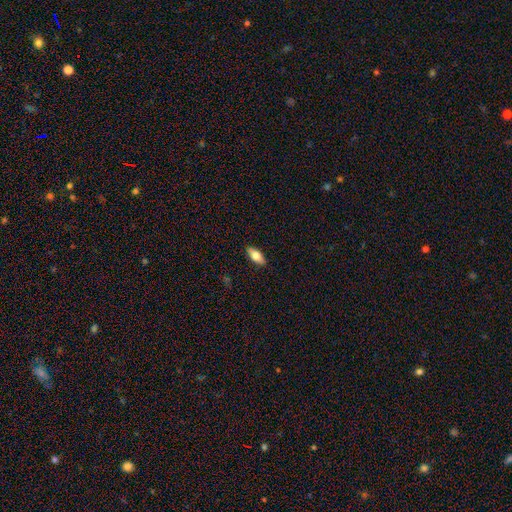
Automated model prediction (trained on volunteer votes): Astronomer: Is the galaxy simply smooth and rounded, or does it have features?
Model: smooth — 72%.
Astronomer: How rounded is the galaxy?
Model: in between — 84%.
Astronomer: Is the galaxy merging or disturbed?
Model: none — 89%.